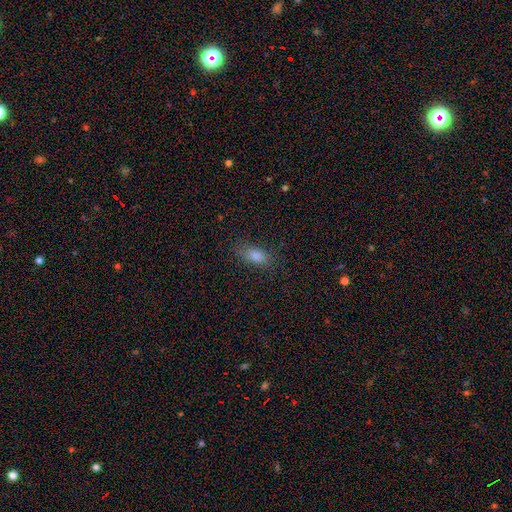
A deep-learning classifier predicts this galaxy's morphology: Overall: smooth (79%). How rounded: in between (79%). Merging: none (81%).